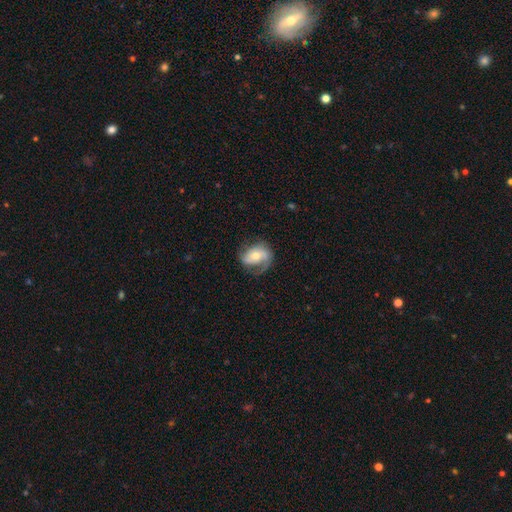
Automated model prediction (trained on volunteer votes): featured or disk 66%, smooth 27%, star or artifact 7%. Down the decision tree: edge-on disk — no (96%); bar — no (56%); spiral arms — yes (88%); spiral arm count — 2 (53%); spiral winding — medium (41%); bulge size — moderate (58%); merging — none (57%).